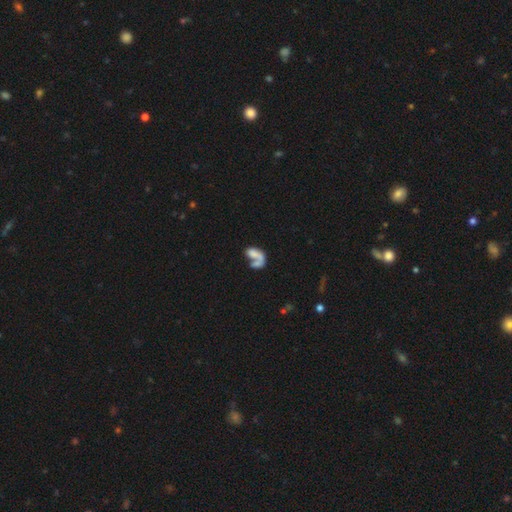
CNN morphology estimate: smooth_or_featured: smooth (p=0.48) [alt: featured or disk p=0.42]
merging: merger (p=0.42) [alt: none p=0.24]